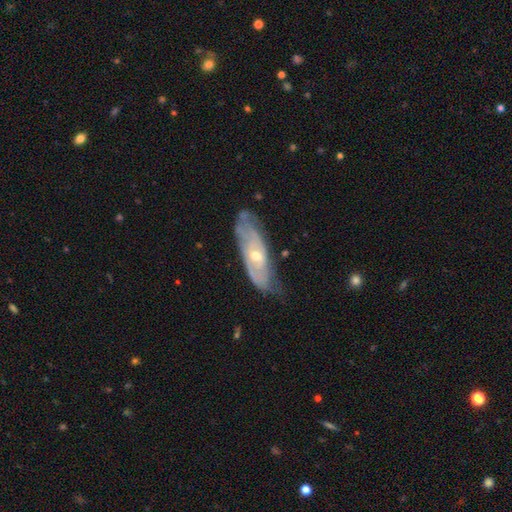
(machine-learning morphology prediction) Q: Smooth or featured?
A: featured or disk (74%); runner-up: smooth (20%)
Q: Edge-on disk?
A: no (77%); runner-up: yes (23%)
Q: Bar?
A: no (70%); runner-up: weak (24%)
Q: Spiral arms?
A: yes (74%); runner-up: no (26%)
Q: Bulge size?
A: moderate (49%); runner-up: small (48%)
Q: Merging?
A: none (62%); runner-up: minor disturbance (27%)